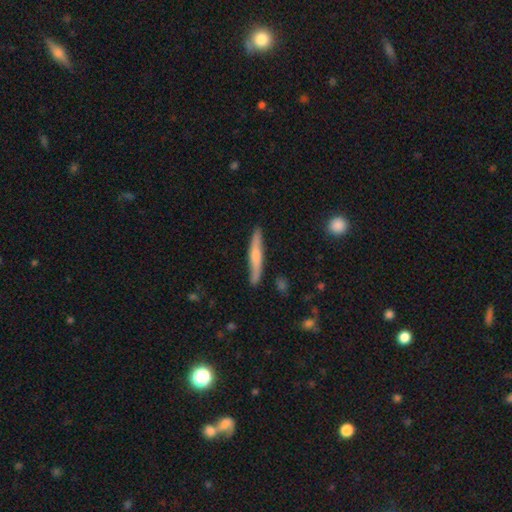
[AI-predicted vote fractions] Smooth or featured: smooth — 48% (featured or disk — 47%)
Merging: none — 84% (minor disturbance — 13%)